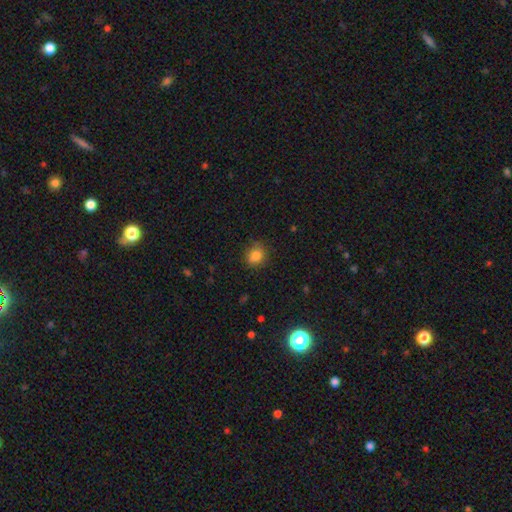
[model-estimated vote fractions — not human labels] This appears to be a smooth galaxy with no disk features (84%) that is round (74%). Merging: none (82%).